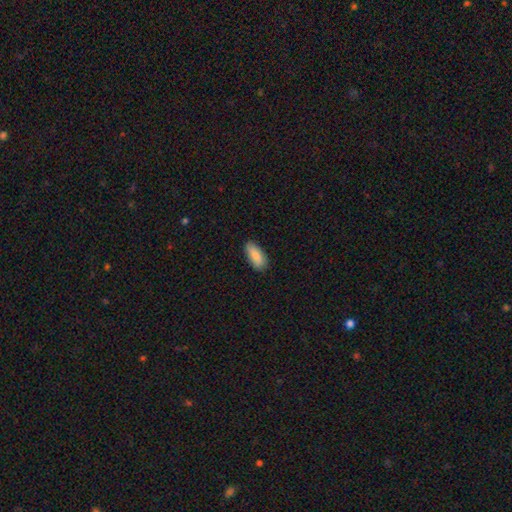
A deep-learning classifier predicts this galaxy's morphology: This appears to be a smooth galaxy with no disk features (82%) that is in between round and cigar-shaped (88%). Merging: none (83%).